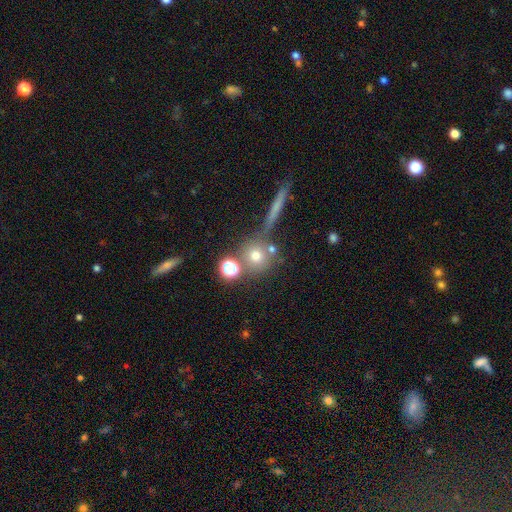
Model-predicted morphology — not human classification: This appears to be a smooth galaxy with no disk features (67%) that is round (89%). Merging: none (65%).